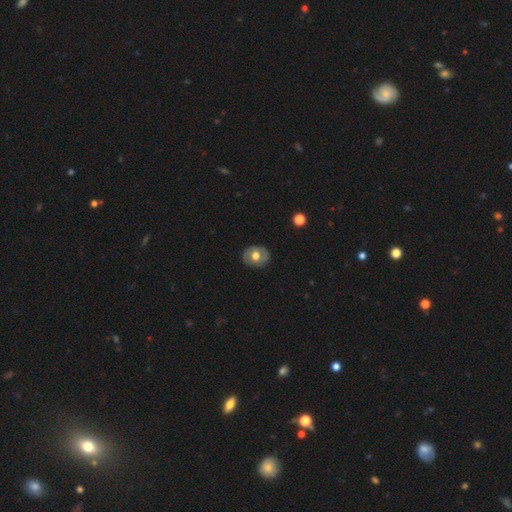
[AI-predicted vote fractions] featured or disk 49%, smooth 45%, star or artifact 6%. Down the decision tree: merging — none (84%).